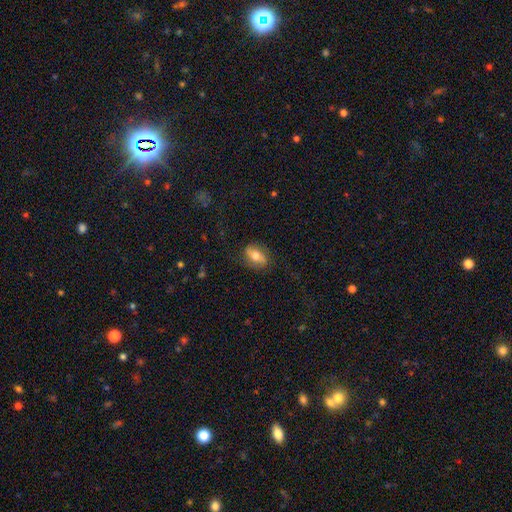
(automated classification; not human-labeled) Q: Smooth or featured?
A: smooth (53%); runner-up: featured or disk (39%)
Q: How rounded?
A: in between (78%); runner-up: round (17%)
Q: Merging?
A: none (79%); runner-up: minor disturbance (14%)